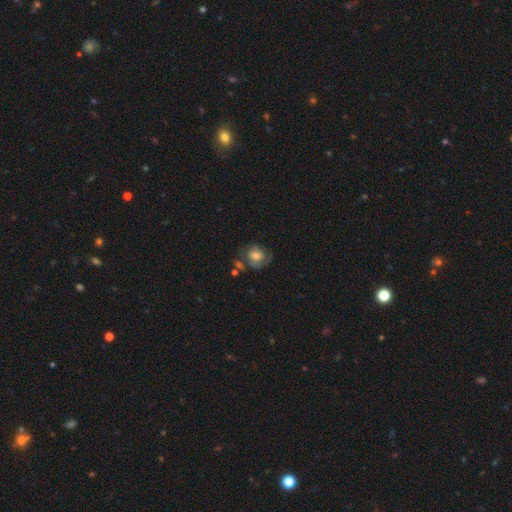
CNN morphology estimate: The model was most divided on "smooth or featured": featured or disk: 48%, smooth: 43%, star or artifact: 8%. Remaining: merging — none (48%).